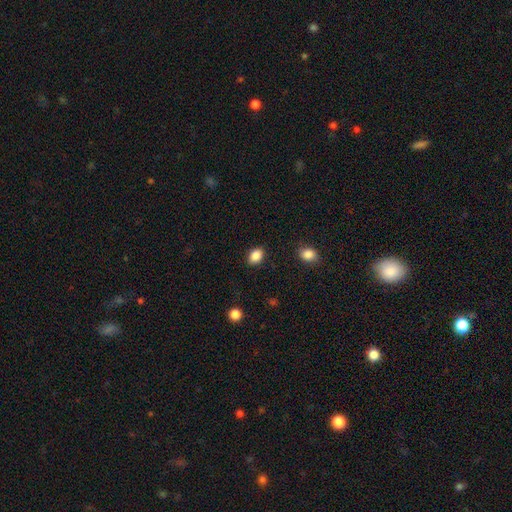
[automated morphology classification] smooth-or-featured: smooth: 87% | star or artifact: 9% | featured or disk: 5%
  how-rounded: in between: 77% | round: 21% | cigar-shaped: 1%
  merging: none: 87% | minor disturbance: 9% | major disturbance: 2% | merger: 1%